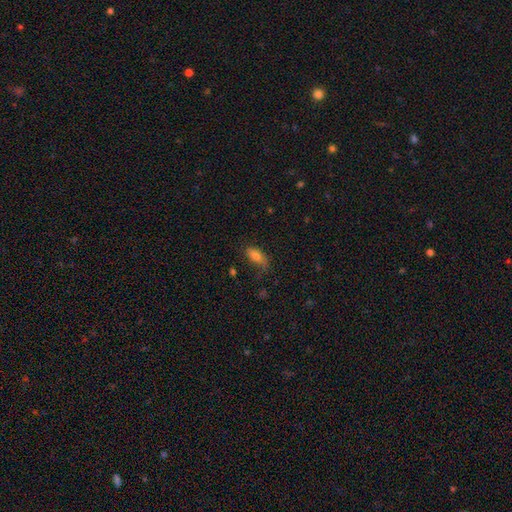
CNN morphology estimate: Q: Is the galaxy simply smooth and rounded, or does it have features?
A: smooth — 75%.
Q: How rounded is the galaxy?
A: in between — 81%.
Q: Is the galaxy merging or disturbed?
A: none — 56%.